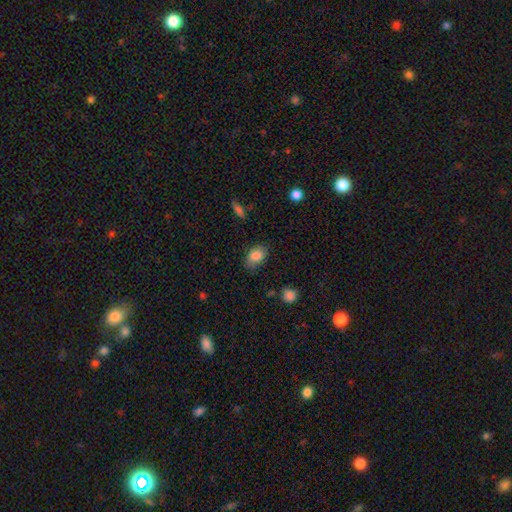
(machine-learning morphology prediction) This appears to be a smooth galaxy with no disk features (84%) that is in between round and cigar-shaped (80%). Merging: none (72%).